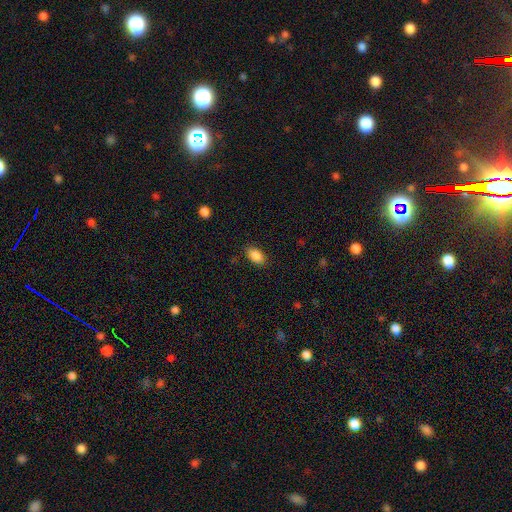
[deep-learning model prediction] smooth-or-featured: smooth: 88% | star or artifact: 8% | featured or disk: 4%
  how-rounded: in between: 92% | round: 6% | cigar-shaped: 2%
  merging: none: 86% | minor disturbance: 11% | major disturbance: 3% | merger: 1%